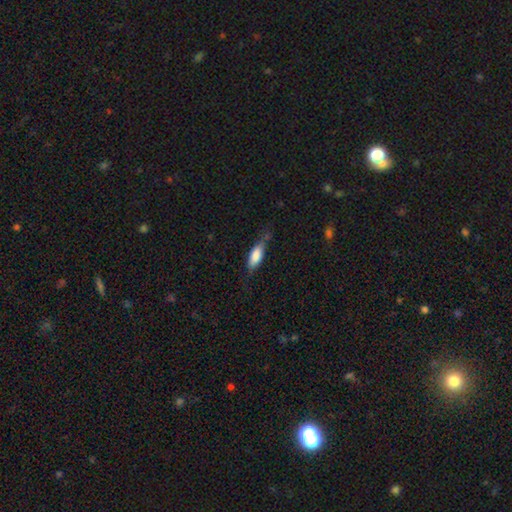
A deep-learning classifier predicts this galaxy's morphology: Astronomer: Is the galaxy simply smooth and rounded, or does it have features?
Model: smooth — 74%.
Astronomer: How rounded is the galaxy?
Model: in between — 70%.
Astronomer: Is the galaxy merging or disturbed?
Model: none — 58%.